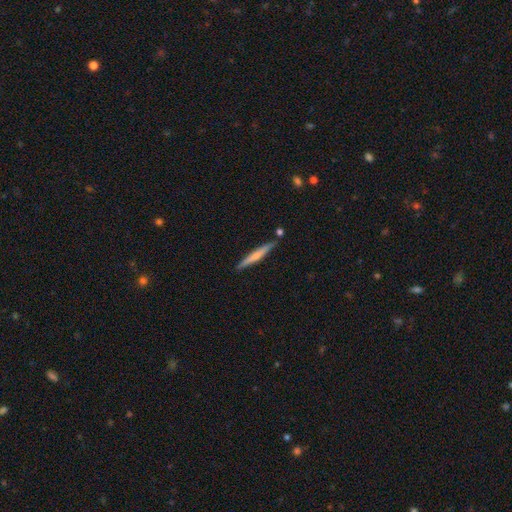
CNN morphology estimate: The model was most divided on "smooth or featured": smooth: 53%, featured or disk: 42%, star or artifact: 5%. More confident: how rounded — cigar-shaped (95%); merging — none (83%).